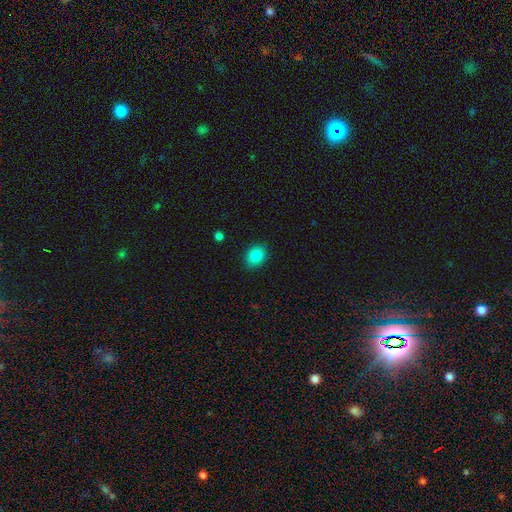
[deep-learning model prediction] Overall: smooth (84%). How rounded: round (52%; in between 47%). Merging: none (88%).